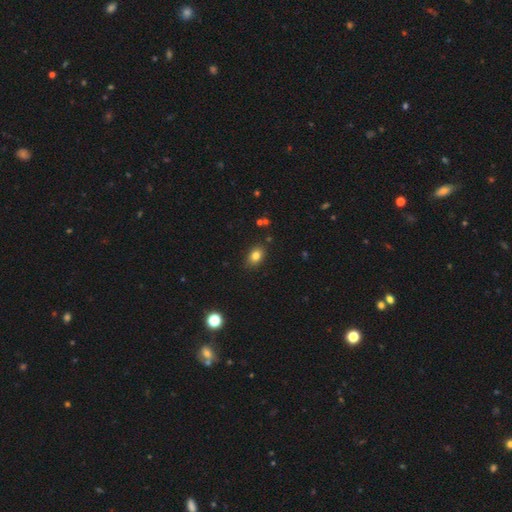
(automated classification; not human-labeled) This is clearly a smooth galaxy (81%). How rounded: likely in between (72%). Merging: clearly none (86%).